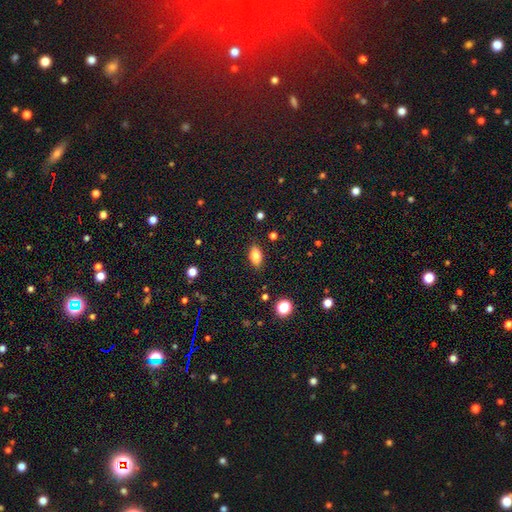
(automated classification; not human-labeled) Morphology: type=smooth (81%); roundness=in between (89%); merging=none (86%).